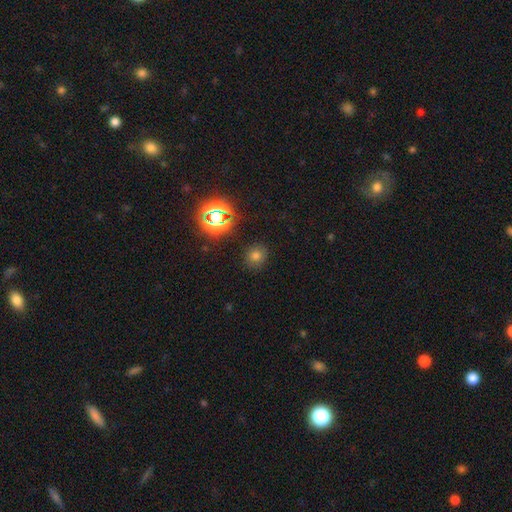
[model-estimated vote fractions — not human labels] A smooth galaxy with no disk features (69%) that is round (84%). Merging: none (86%).